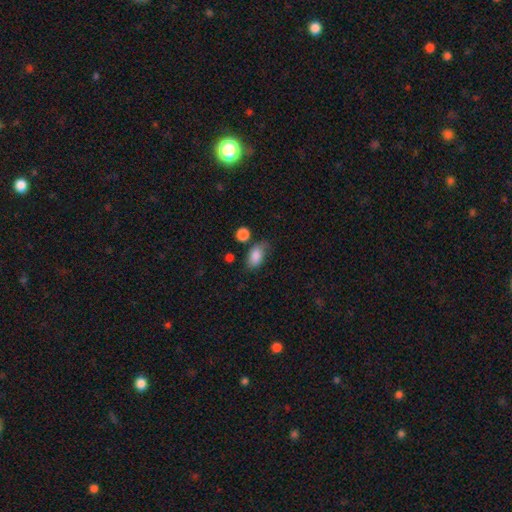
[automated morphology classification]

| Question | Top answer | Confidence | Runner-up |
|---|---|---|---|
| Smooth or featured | smooth | 82% | featured or disk (9%) |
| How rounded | in between | 88% | round (9%) |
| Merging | none | 55% | minor disturbance (29%) |